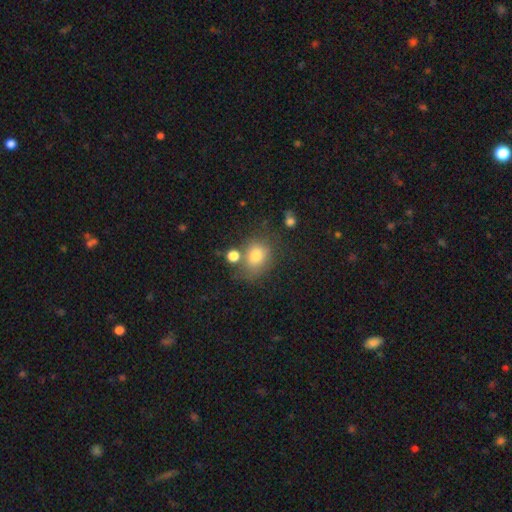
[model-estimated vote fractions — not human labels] Smooth or featured? Predicted: smooth (p=0.77). How rounded? Predicted: round (p=0.60). Merging? Predicted: none (p=0.60).